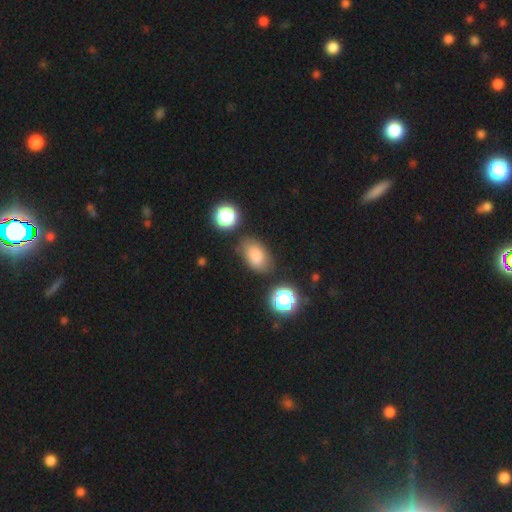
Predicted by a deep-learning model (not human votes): Smooth or featured?
  - smooth: 82% *
  - star or artifact: 11%
  - featured or disk: 7%
How rounded?
  - in between: 87% *
  - round: 12%
  - cigar-shaped: 2%
Merging?
  - none: 75% *
  - minor disturbance: 15%
  - merger: 6%
  - major disturbance: 4%